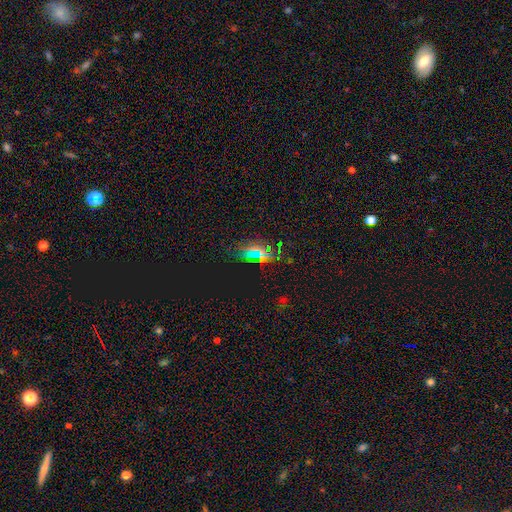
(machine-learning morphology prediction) The model was most divided on "smooth or featured": star or artifact: 44%, smooth: 43%, featured or disk: 13%.